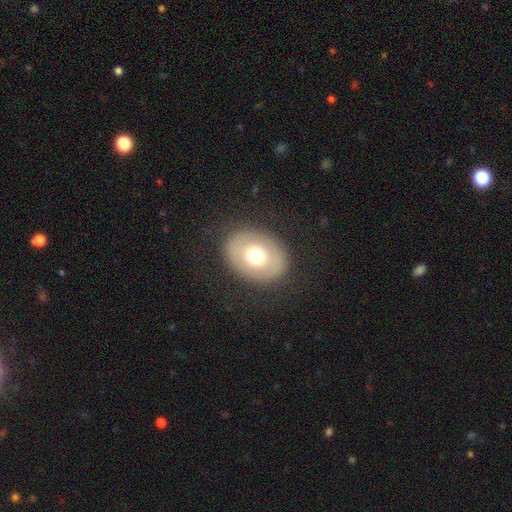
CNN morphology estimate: This is likely a smooth galaxy (63%). How rounded: likely in between (61%). Merging: clearly none (85%).